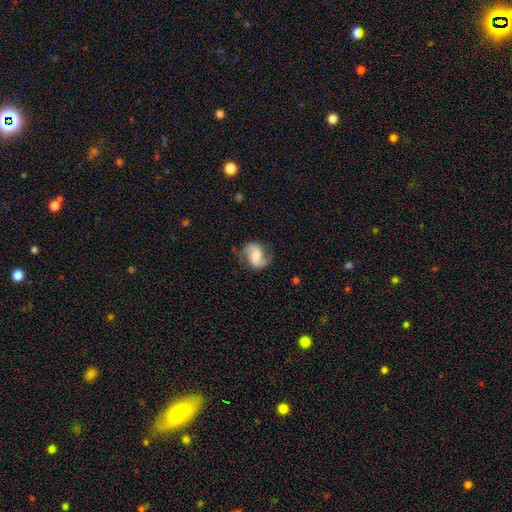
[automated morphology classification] This is likely a featured or disk galaxy (78%). It is clearly not viewed edge-on (98%). Bar: marginally weak (44%). Spiral arm pattern: clearly yes (95%). Spiral arm count: clearly 2 (91%). Spiral winding: possibly loose (46%). Central bulge: possibly moderate (47%). Merging: likely none (74%).